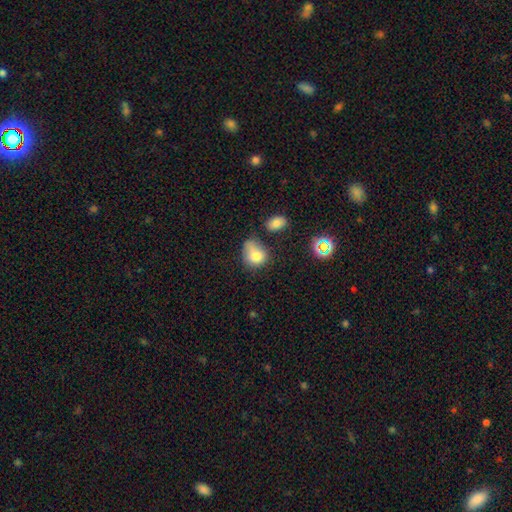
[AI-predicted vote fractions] smooth_or_featured: smooth (p=0.76) [alt: star or artifact p=0.12]
how_rounded: round (p=0.52) [alt: in between p=0.47]
merging: none (p=0.34) [alt: minor disturbance p=0.30]